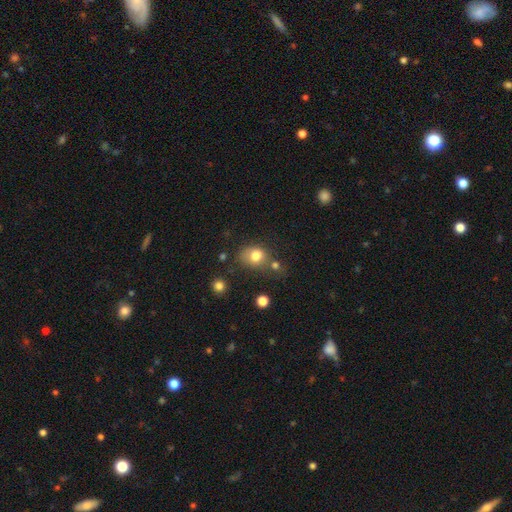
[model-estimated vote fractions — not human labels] smooth_or_featured: smooth (p=0.79) [alt: star or artifact p=0.11]
how_rounded: round (p=0.56) [alt: in between p=0.43]
merging: none (p=0.49) [alt: minor disturbance p=0.21]